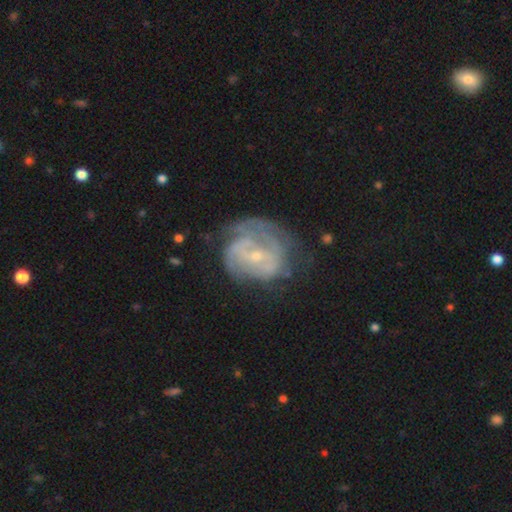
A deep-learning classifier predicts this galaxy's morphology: This appears to be a featured or disk galaxy (77%) with a weak bar (45%), tight (52%) spiral arms (83%) and a small central bulge (72%). Merging: none (50%).